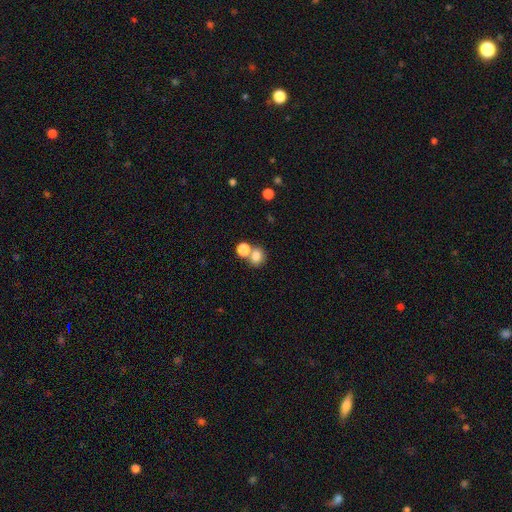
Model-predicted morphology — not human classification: Q: Smooth or featured?
A: smooth (80%); runner-up: star or artifact (12%)
Q: How rounded?
A: round (65%); runner-up: in between (34%)
Q: Merging?
A: none (49%); runner-up: merger (39%)